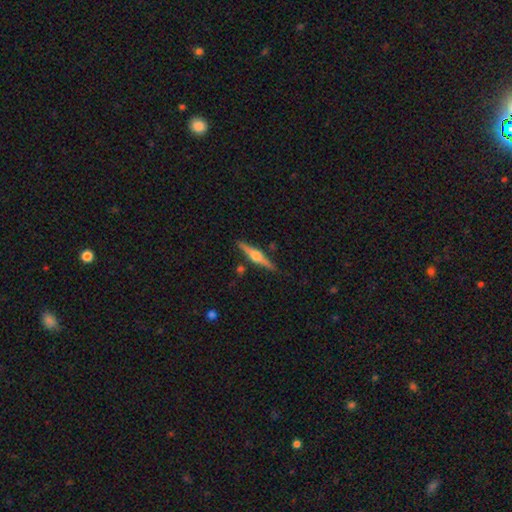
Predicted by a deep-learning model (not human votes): The model was most divided on "smooth or featured": featured or disk: 72%, smooth: 22%, star or artifact: 6%. More confident: edge-on disk — yes (98%); edge-on bulge — rounded (91%); merging — none (86%).